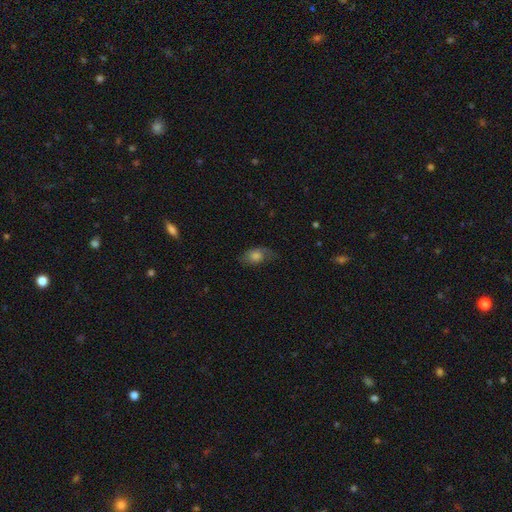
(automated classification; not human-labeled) Smooth or featured?
  - smooth: 61% *
  - featured or disk: 26%
  - star or artifact: 12%
How rounded?
  - in between: 78% *
  - round: 19%
  - cigar-shaped: 3%
Merging?
  - none: 54% *
  - minor disturbance: 27%
  - major disturbance: 17%
  - merger: 2%